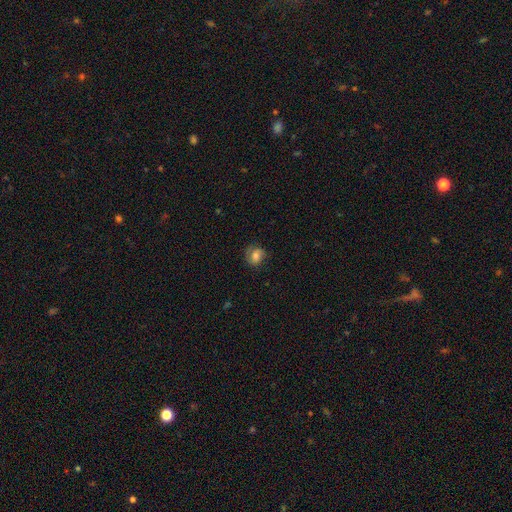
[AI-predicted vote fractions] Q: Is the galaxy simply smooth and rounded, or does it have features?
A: smooth — 54%.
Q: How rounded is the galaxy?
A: round — 67%.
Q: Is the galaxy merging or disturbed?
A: none — 70%.